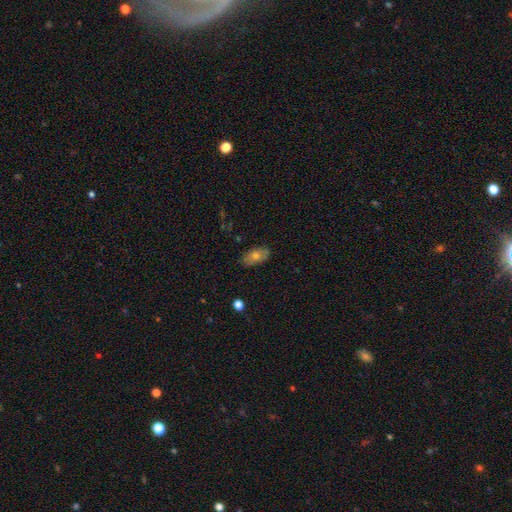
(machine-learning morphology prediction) A smooth galaxy with no disk features (65%) that is in between round and cigar-shaped (90%). Merging: none (83%).